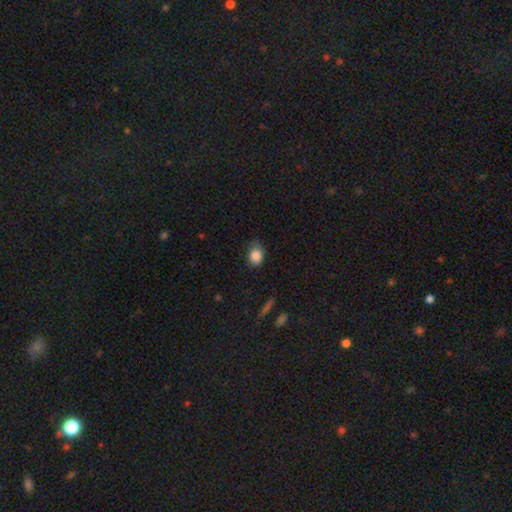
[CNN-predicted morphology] The model was most divided on "how rounded": in between: 60%, round: 39%, cigar-shaped: 1%. More confident: smooth or featured — smooth (85%); merging — none (57%).